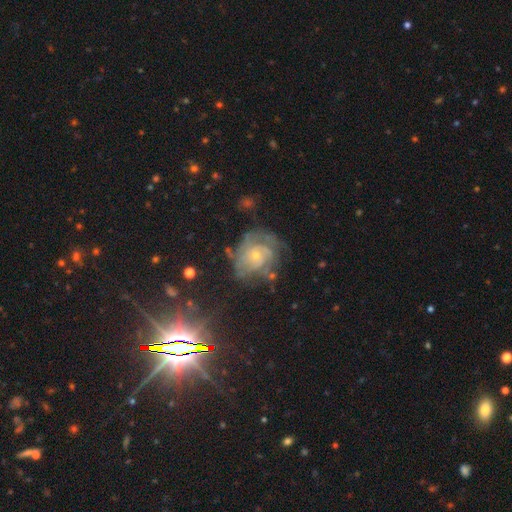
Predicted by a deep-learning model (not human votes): Q: Smooth or featured?
A: featured or disk (78%); runner-up: smooth (13%)
Q: Edge-on disk?
A: no (98%); runner-up: yes (2%)
Q: Bar?
A: no (77%); runner-up: weak (19%)
Q: Spiral arms?
A: yes (90%); runner-up: no (10%)
Q: Spiral winding?
A: tight (61%); runner-up: medium (30%)
Q: Spiral arm count?
A: can't tell (41%); runner-up: 3 (19%)
Q: Bulge size?
A: small (72%); runner-up: moderate (24%)
Q: Merging?
A: none (58%); runner-up: minor disturbance (22%)